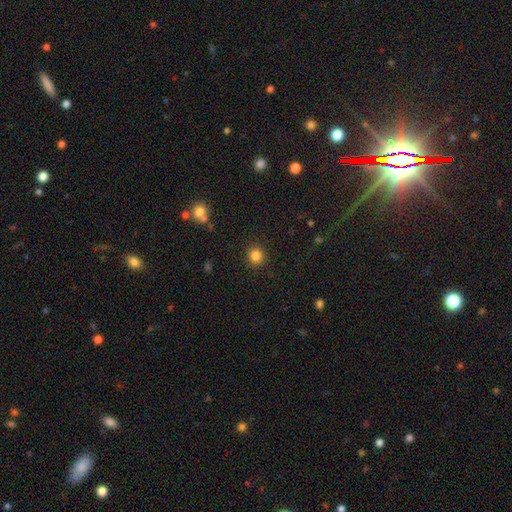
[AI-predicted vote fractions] A smooth galaxy with no disk features (83%) that is round (92%).

Vote fractions:
- Smooth or featured? smooth: 83% / star or artifact: 12% / featured or disk: 5%
- How rounded? round: 92% / in between: 7% / cigar-shaped: 1%
- Merging? none: 91% / minor disturbance: 5% / major disturbance: 2% / merger: 1%